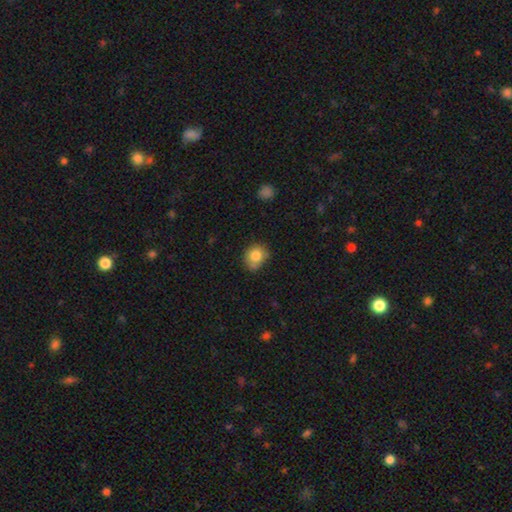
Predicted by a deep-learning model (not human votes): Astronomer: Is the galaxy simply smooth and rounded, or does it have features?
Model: smooth — 81%.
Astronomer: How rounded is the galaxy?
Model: round — 68%.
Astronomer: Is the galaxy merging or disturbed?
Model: none — 68%.